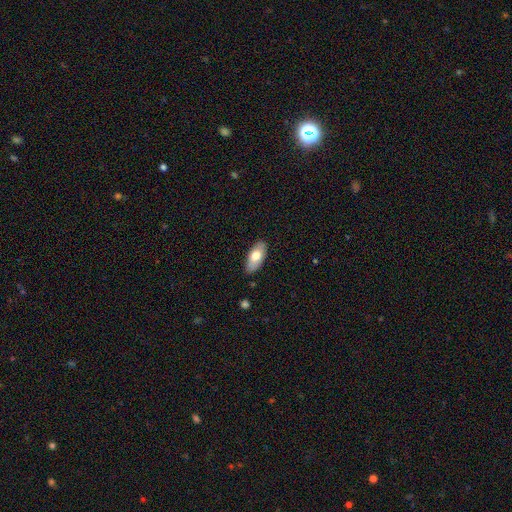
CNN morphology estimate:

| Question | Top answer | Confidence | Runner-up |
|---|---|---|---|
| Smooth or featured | smooth | 69% | featured or disk (25%) |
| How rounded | in between | 90% | cigar-shaped (7%) |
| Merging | none | 86% | minor disturbance (11%) |